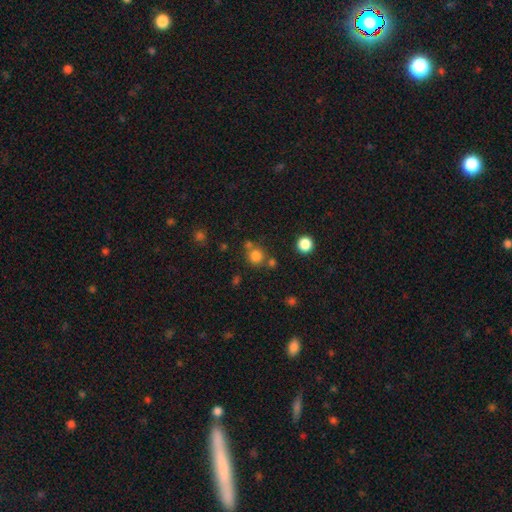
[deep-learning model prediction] Smooth or featured: smooth — 79% (star or artifact — 15%)
How rounded: round — 90% (in between — 9%)
Merging: none — 68% (merger — 19%)